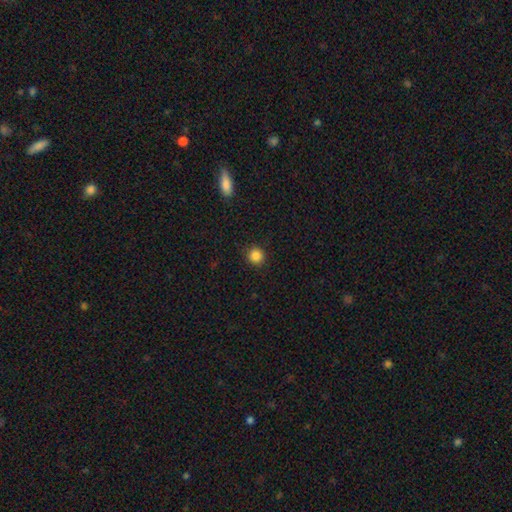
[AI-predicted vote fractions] smooth 86%, star or artifact 11%, featured or disk 3%. Down the decision tree: how rounded — round (92%); merging — none (90%).